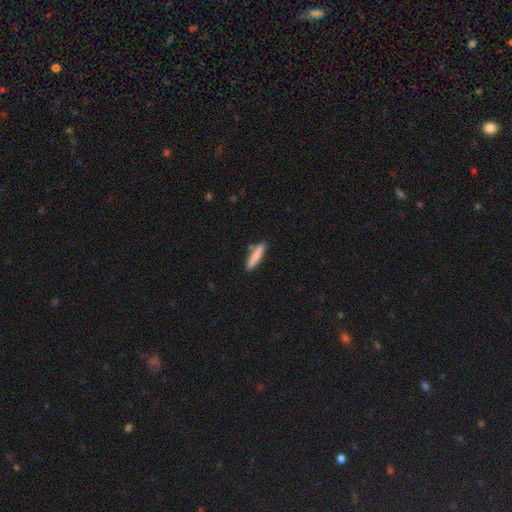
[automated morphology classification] Q: Smooth or featured?
A: smooth (83%); runner-up: featured or disk (11%)
Q: How rounded?
A: cigar-shaped (88%); runner-up: in between (11%)
Q: Merging?
A: none (81%); runner-up: minor disturbance (12%)